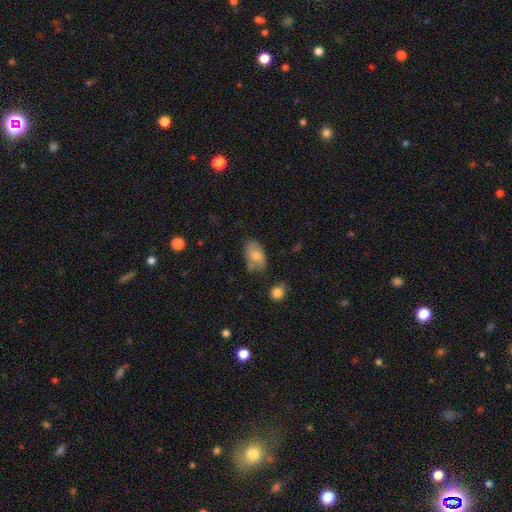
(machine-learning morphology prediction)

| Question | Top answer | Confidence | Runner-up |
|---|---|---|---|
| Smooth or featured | smooth | 75% | featured or disk (18%) |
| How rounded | in between | 92% | round (7%) |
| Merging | none | 59% | minor disturbance (28%) |